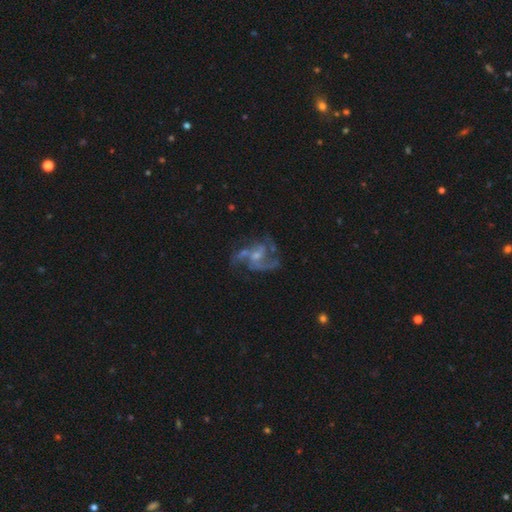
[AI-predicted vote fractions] This is clearly a featured or disk galaxy (83%). It is clearly not viewed edge-on (98%). Bar: possibly no (55%). Spiral arm pattern: clearly yes (90%). Spiral arm count: marginally 3 (35%). Spiral winding: possibly medium (47%). Central bulge: possibly small (56%). Merging: possibly none (50%).